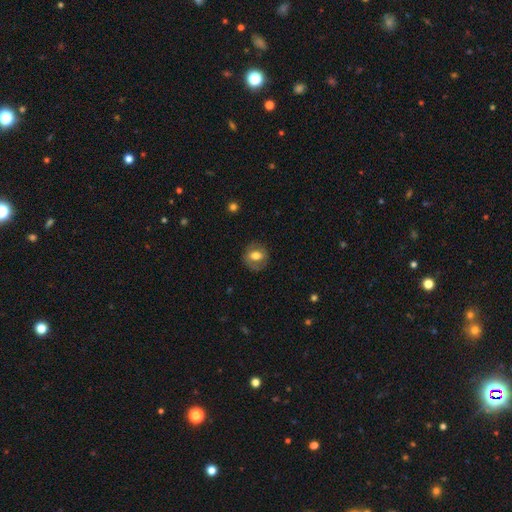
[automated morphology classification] type=smooth (55%); roundness=round (66%); merging=none (77%).